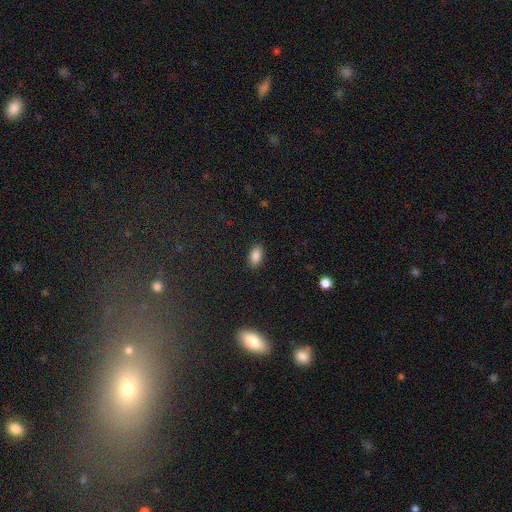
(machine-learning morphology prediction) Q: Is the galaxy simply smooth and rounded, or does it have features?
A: smooth — 86%.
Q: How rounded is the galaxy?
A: in between — 91%.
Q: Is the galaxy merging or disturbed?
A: none — 87%.